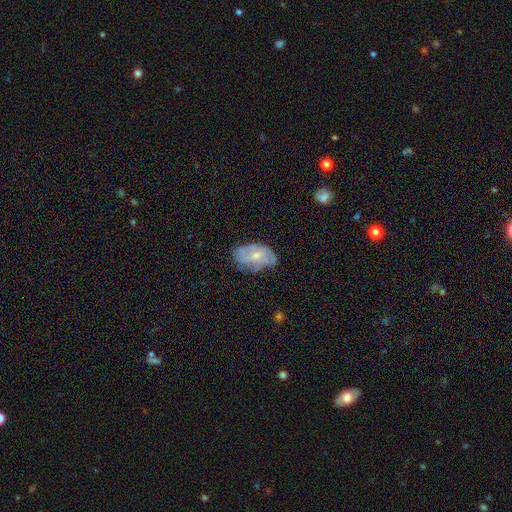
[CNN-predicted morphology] Smooth or featured: featured or disk — 62% (smooth — 31%)
Edge-on disk: no — 96% (yes — 4%)
Bar: no — 58% (weak — 34%)
Spiral arms: yes — 73% (no — 27%)
Bulge size: small — 60% (moderate — 36%)
Merging: none — 58% (minor disturbance — 30%)